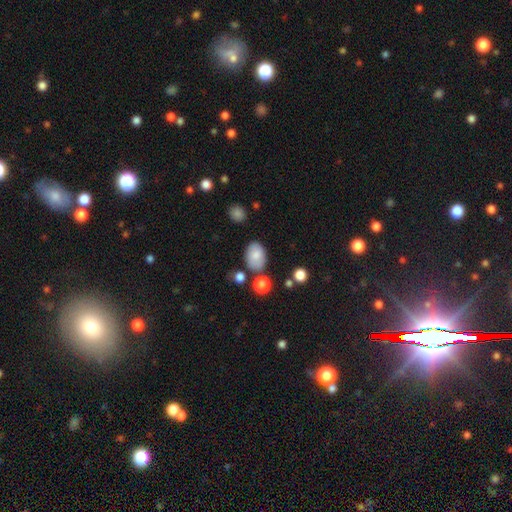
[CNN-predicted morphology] smooth 81%, featured or disk 10%, star or artifact 8%. Down the decision tree: how rounded — in between (85%); merging — none (73%).